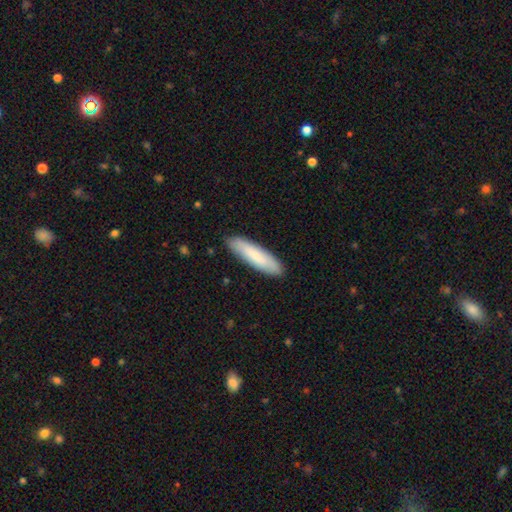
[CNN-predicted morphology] Overall: smooth (81%). How rounded: cigar-shaped (75%). Merging: none (89%).